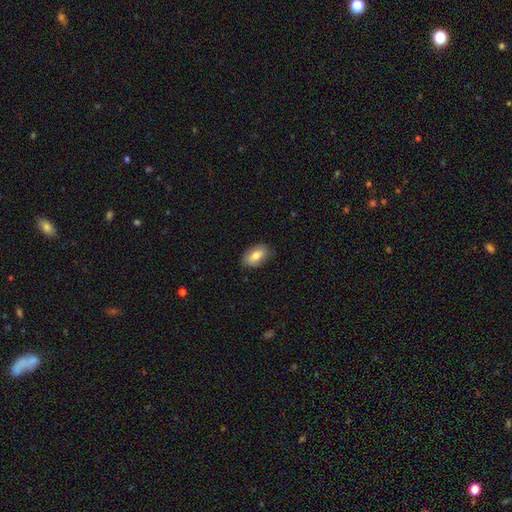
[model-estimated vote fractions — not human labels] smooth 76%, featured or disk 17%, star or artifact 7%. Down the decision tree: how rounded — in between (91%); merging — none (81%).